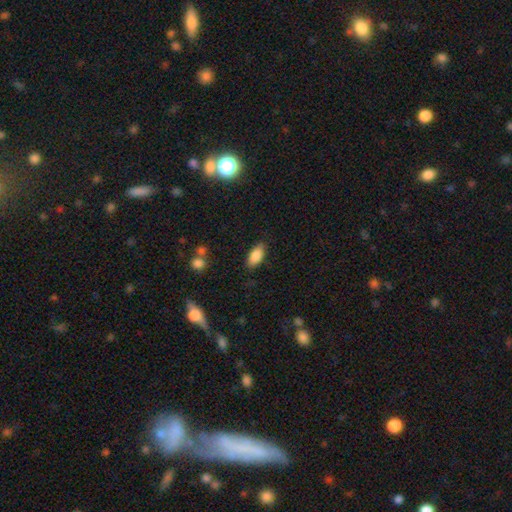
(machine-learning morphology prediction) smooth_or_featured: smooth (p=0.87) [alt: star or artifact p=0.07]
how_rounded: in between (p=0.90) [alt: cigar-shaped p=0.07]
merging: none (p=0.84) [alt: minor disturbance p=0.12]